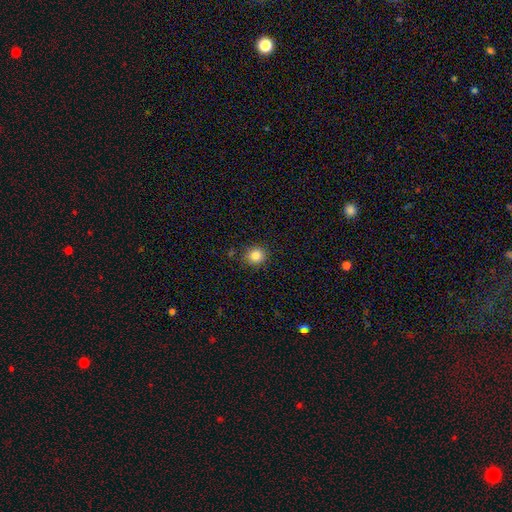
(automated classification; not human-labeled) A smooth galaxy with no disk features (84%) that is round (90%).

Vote fractions:
- Smooth or featured? smooth: 84% / star or artifact: 11% / featured or disk: 5%
- How rounded? round: 90% / in between: 9% / cigar-shaped: 1%
- Merging? none: 88% / minor disturbance: 8% / major disturbance: 2% / merger: 1%